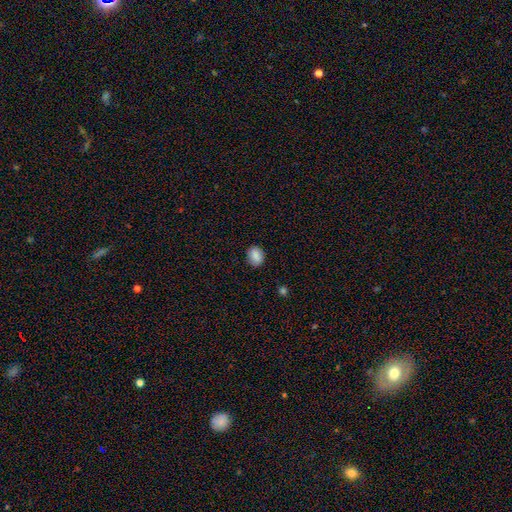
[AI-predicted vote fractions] The model was most divided on "how rounded": in between: 53%, round: 46%, cigar-shaped: 1%. More confident: smooth or featured — smooth (87%); merging — none (84%).